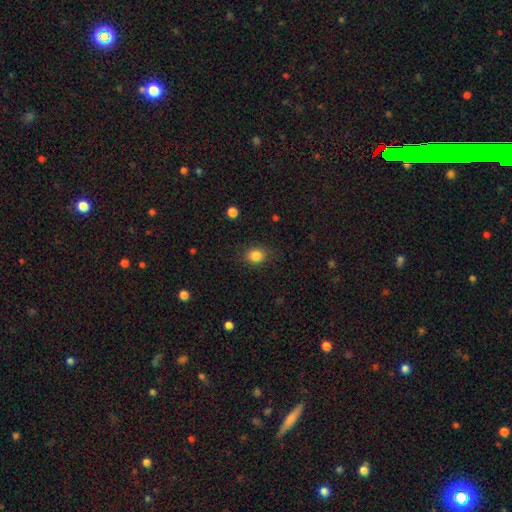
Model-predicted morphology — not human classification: Q: Smooth or featured?
A: smooth (85%); runner-up: star or artifact (10%)
Q: How rounded?
A: round (60%); runner-up: in between (39%)
Q: Merging?
A: none (85%); runner-up: minor disturbance (10%)